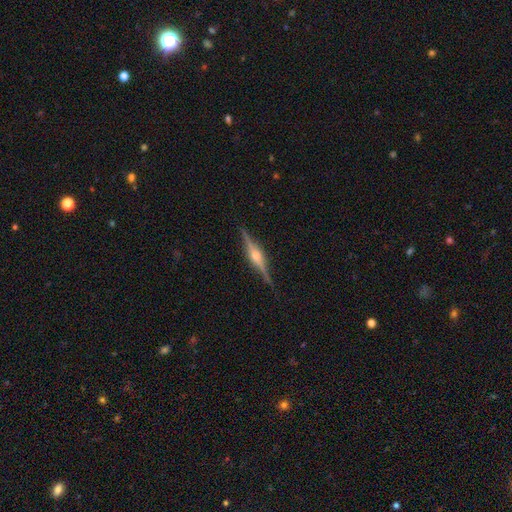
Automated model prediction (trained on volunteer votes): Smooth or featured? Predicted: featured or disk (p=0.85). Edge-on disk? Predicted: yes (p=0.98). Edge-on bulge? Predicted: rounded (p=0.90). Merging? Predicted: none (p=0.89).